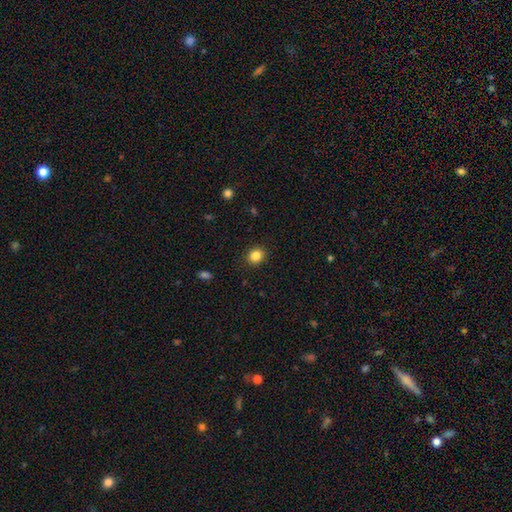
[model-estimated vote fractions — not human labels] Q: Smooth or featured?
A: smooth (85%); runner-up: star or artifact (11%)
Q: How rounded?
A: round (74%); runner-up: in between (25%)
Q: Merging?
A: none (90%); runner-up: minor disturbance (7%)